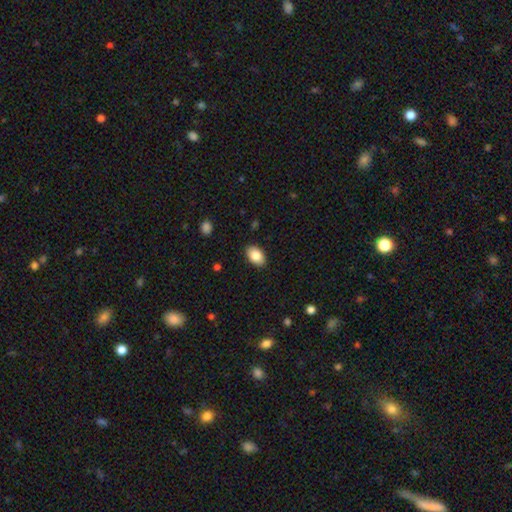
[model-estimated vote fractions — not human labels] This appears to be a smooth galaxy with no disk features (85%) that is in between round and cigar-shaped (89%). Merging: none (88%).